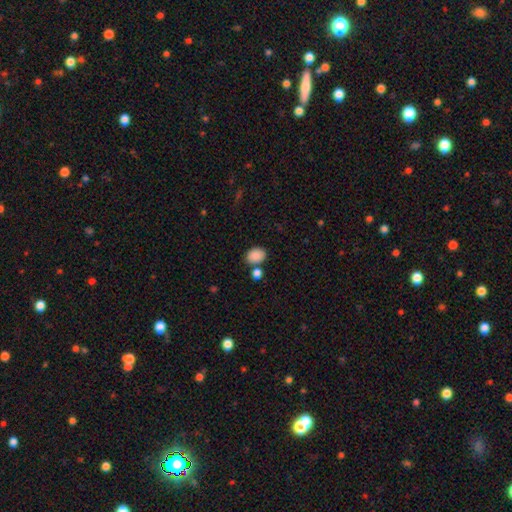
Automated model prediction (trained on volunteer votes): Smooth or featured: smooth — 88% (star or artifact — 8%)
How rounded: in between — 69% (round — 30%)
Merging: none — 70% (merger — 16%)